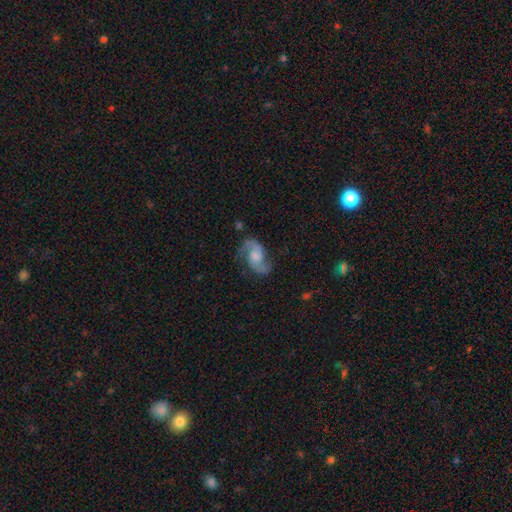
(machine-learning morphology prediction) This is clearly a featured or disk galaxy (86%). It is clearly not viewed edge-on (98%). Bar: possibly no (53%). Spiral arm pattern: clearly yes (97%). Spiral arm count: clearly 2 (93%). Spiral winding: possibly medium (50%). Central bulge: marginally moderate (32%). Merging: likely none (73%).